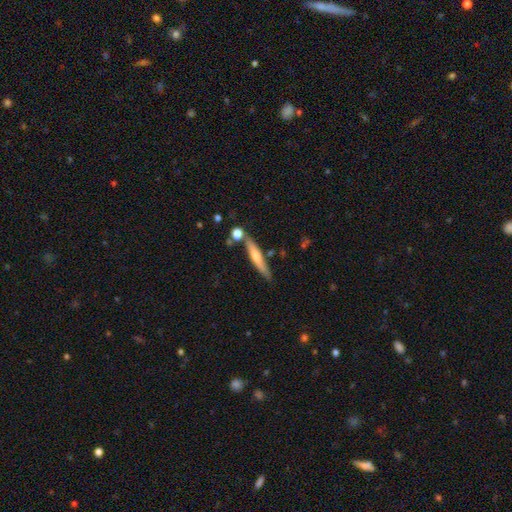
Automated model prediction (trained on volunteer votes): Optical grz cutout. It shows a featured or disk galaxy (53%) viewed edge-on (94%) with a rounded central bulge (78%). Merging: none (77%).